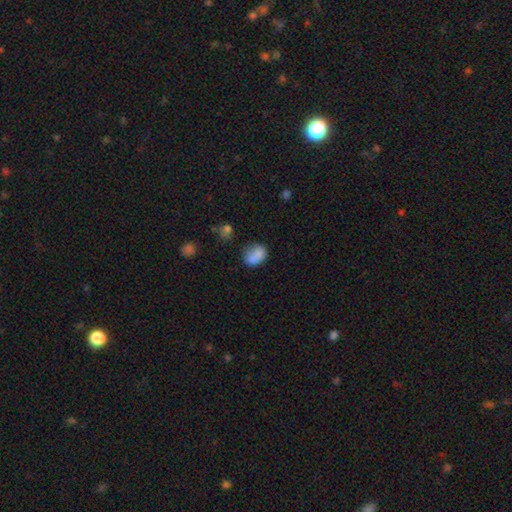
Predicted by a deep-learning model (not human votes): A smooth galaxy with no disk features (79%) that is in between round and cigar-shaped (65%). Merging: none (50%).